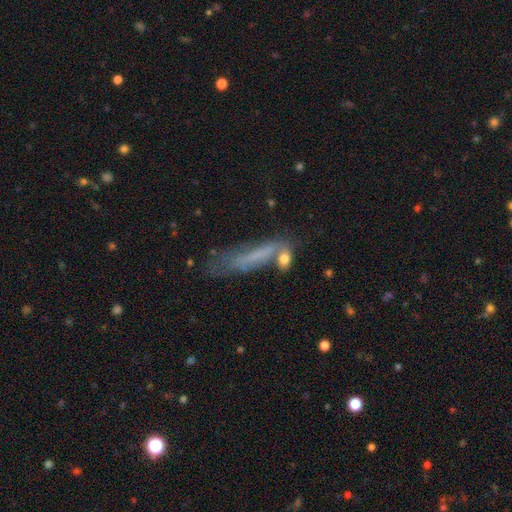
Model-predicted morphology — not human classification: Overall: smooth (57%; featured or disk 31%). How rounded: cigar-shaped (78%). Merging: none (38%; minor disturbance 25%).